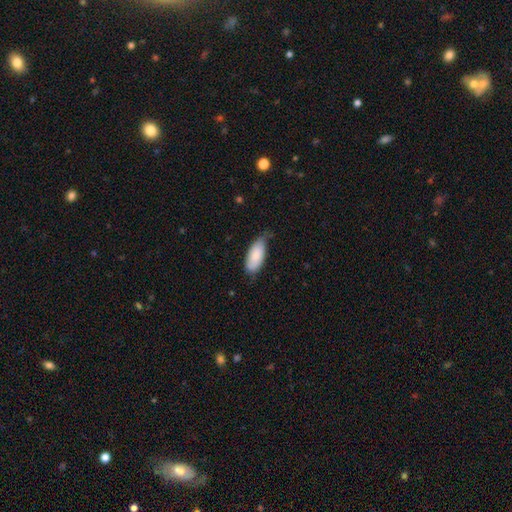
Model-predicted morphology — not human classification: This is clearly a smooth galaxy (83%). How rounded: clearly in between (89%). Merging: possibly none (57%).